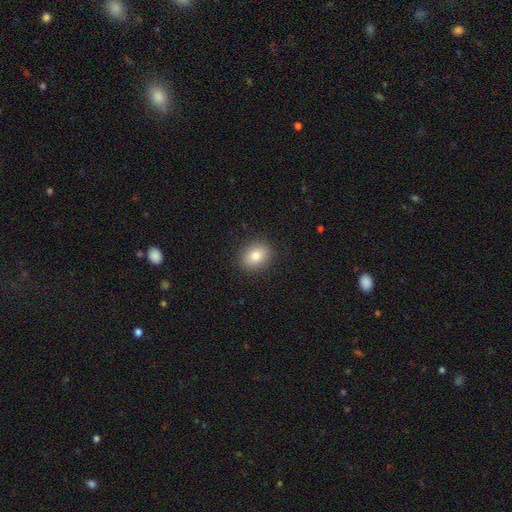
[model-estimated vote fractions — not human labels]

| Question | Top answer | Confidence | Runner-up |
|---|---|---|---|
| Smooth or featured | smooth | 82% | star or artifact (9%) |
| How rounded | in between | 54% | round (45%) |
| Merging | none | 89% | minor disturbance (8%) |